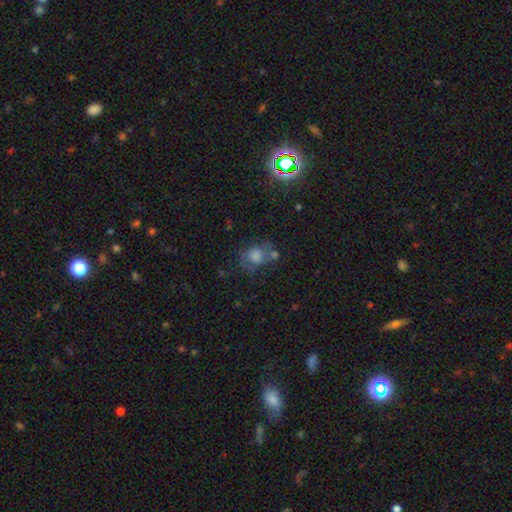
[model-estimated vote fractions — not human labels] smooth 52%, star or artifact 26%, featured or disk 22%. Down the decision tree: how rounded — round (61%); merging — none (55%).